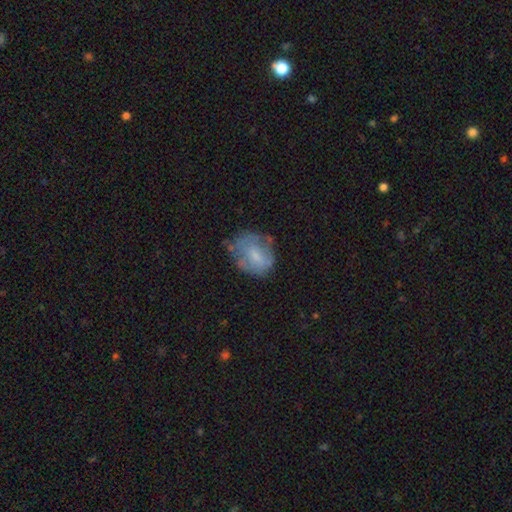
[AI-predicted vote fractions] Q: Smooth or featured?
A: smooth (51%); runner-up: featured or disk (41%)
Q: How rounded?
A: in between (51%); runner-up: round (47%)
Q: Merging?
A: none (52%); runner-up: minor disturbance (29%)